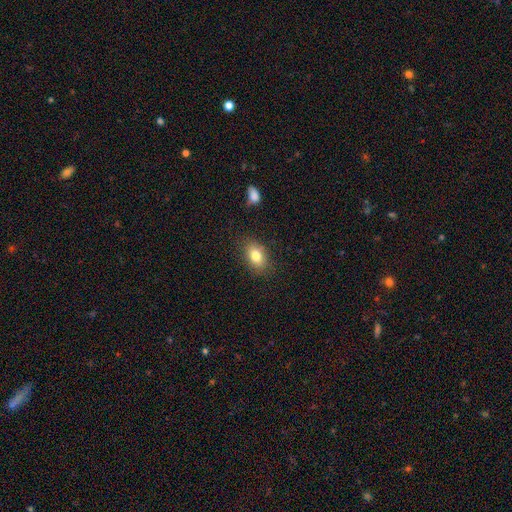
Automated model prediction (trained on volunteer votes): Overall: smooth (81%). How rounded: in between (80%). Merging: none (83%).